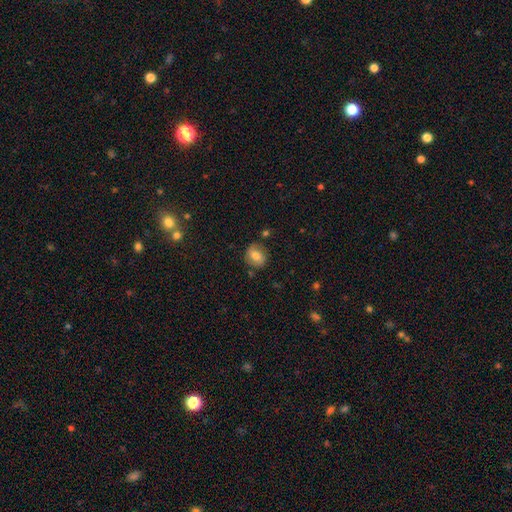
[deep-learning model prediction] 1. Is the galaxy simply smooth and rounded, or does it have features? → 70% smooth, 21% featured or disk, 9% star or artifact.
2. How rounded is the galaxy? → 73% round, 26% in between, 1% cigar-shaped.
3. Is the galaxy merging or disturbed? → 78% none, 14% minor disturbance, 4% merger, 4% major disturbance.